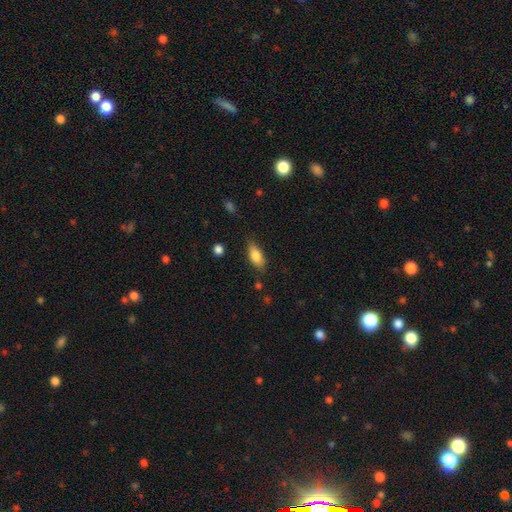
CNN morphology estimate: A smooth galaxy with no disk features (81%) that is in between round and cigar-shaped (81%).

Vote fractions:
- Smooth or featured? smooth: 81% / featured or disk: 12% / star or artifact: 7%
- How rounded? in between: 81% / cigar-shaped: 16% / round: 3%
- Merging? none: 79% / minor disturbance: 15% / major disturbance: 3% / merger: 2%